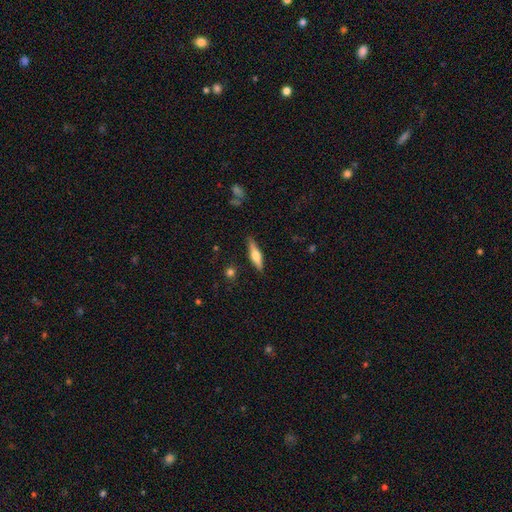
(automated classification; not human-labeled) Smooth or featured? featured or disk (50%)
Merging? none (86%)